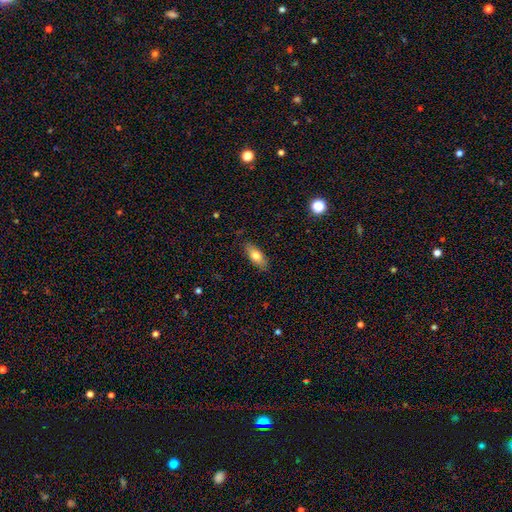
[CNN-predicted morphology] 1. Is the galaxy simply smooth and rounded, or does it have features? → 74% smooth, 18% featured or disk, 7% star or artifact.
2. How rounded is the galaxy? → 79% in between, 18% cigar-shaped, 3% round.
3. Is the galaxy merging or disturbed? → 85% none, 12% minor disturbance, 2% major disturbance, 1% merger.